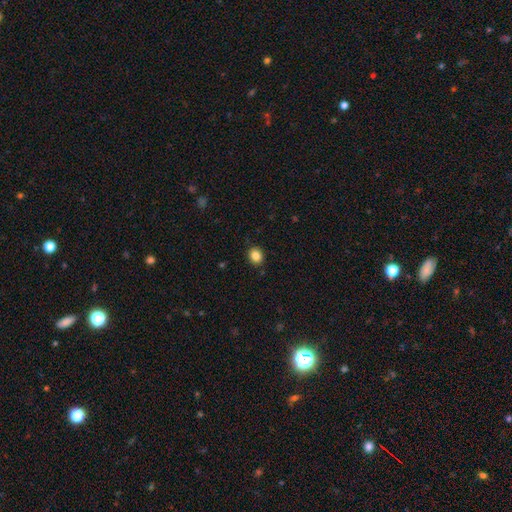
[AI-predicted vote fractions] A smooth galaxy with no disk features (85%) that is round (65%).

Vote fractions:
- Smooth or featured? smooth: 85% / star or artifact: 10% / featured or disk: 5%
- How rounded? round: 65% / in between: 34% / cigar-shaped: 1%
- Merging? none: 88% / minor disturbance: 8% / major disturbance: 2% / merger: 1%